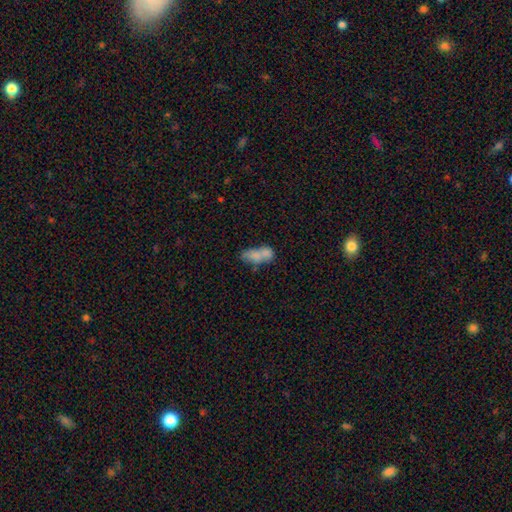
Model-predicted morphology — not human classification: A smooth galaxy with no disk features (70%) that is in between round and cigar-shaped (80%). Merging: merger (49%).